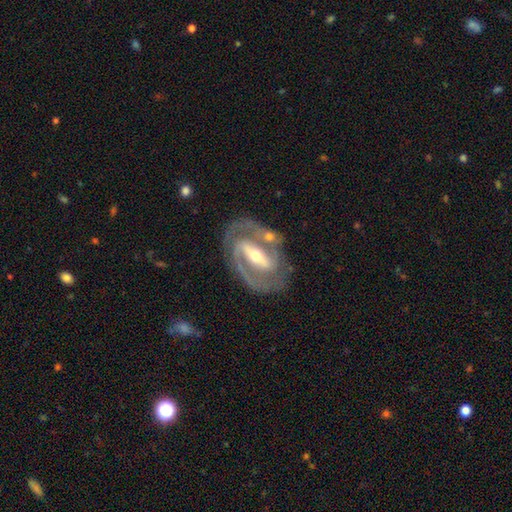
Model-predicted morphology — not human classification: smooth_or_featured: featured or disk (p=0.89) [alt: smooth p=0.06]
disk_edge_on: no (p=0.95) [alt: yes p=0.05]
bar: strong (p=0.68) [alt: weak p=0.22]
has_spiral_arms: yes (p=0.94) [alt: no p=0.06]
spiral_winding: tight (p=0.51) [alt: medium p=0.41]
spiral_arm_count: 2 (p=0.87) [alt: can't tell p=0.05]
bulge_size: moderate (p=0.53) [alt: small p=0.42]
merging: none (p=0.76) [alt: minor disturbance p=0.13]